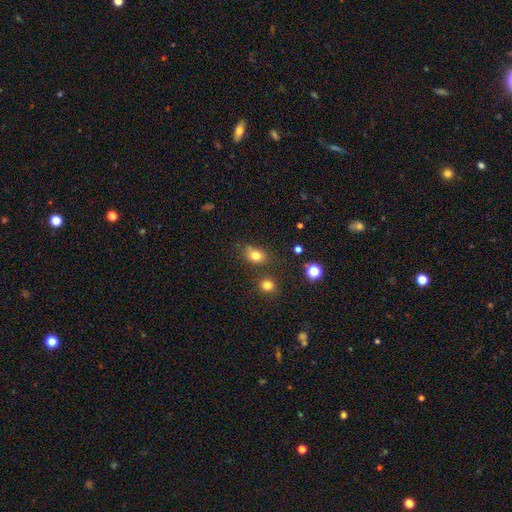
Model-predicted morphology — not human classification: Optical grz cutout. It shows a smooth galaxy with no disk features (78%) that is in between round and cigar-shaped (62%). Merging: none (64%).